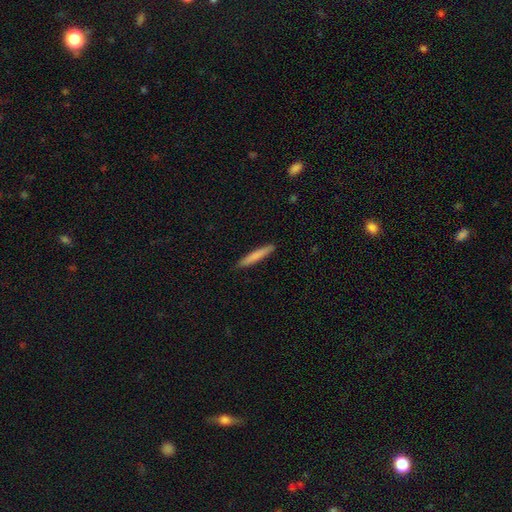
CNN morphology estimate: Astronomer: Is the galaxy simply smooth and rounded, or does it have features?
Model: smooth — 79%.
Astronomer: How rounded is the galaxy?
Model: cigar-shaped — 95%.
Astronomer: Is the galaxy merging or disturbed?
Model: none — 91%.